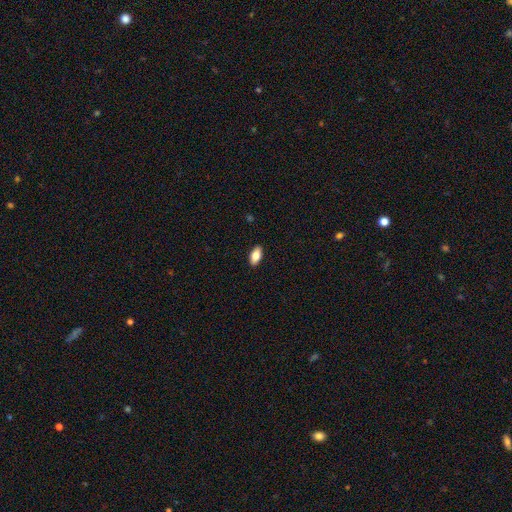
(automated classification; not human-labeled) Smooth or featured?
  - smooth: 82% *
  - featured or disk: 12%
  - star or artifact: 7%
How rounded?
  - in between: 90% *
  - cigar-shaped: 7%
  - round: 3%
Merging?
  - none: 90% *
  - minor disturbance: 7%
  - major disturbance: 2%
  - merger: 1%